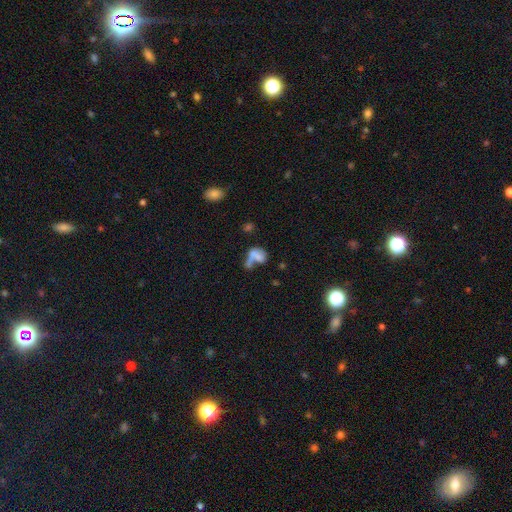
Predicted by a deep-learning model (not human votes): Smooth or featured? Predicted: smooth (p=0.59). How rounded? Predicted: in between (p=0.76). Merging? Predicted: merger (p=0.47).